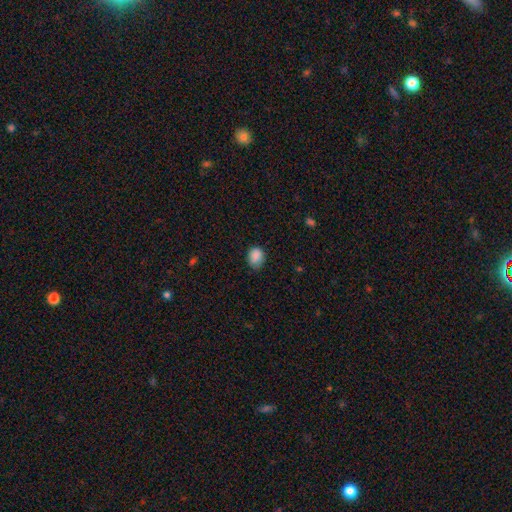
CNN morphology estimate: This appears to be a smooth galaxy with no disk features (86%) that is in between round and cigar-shaped (54%). Merging: none (65%).